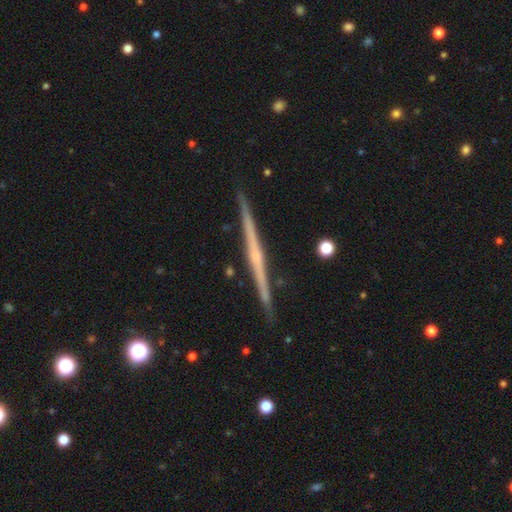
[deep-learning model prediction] Q: Smooth or featured?
A: featured or disk (81%); runner-up: smooth (14%)
Q: Edge-on disk?
A: yes (99%); runner-up: no (1%)
Q: Edge-on bulge?
A: none (51%); runner-up: rounded (40%)
Q: Merging?
A: none (91%); runner-up: minor disturbance (6%)